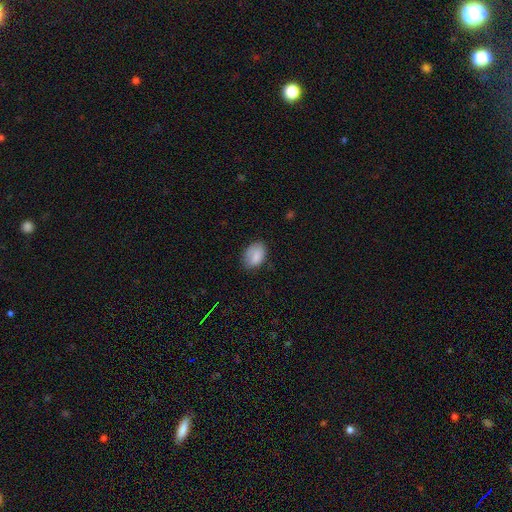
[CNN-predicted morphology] This appears to be a smooth galaxy with no disk features (83%) that is in between round and cigar-shaped (83%). Merging: none (69%).